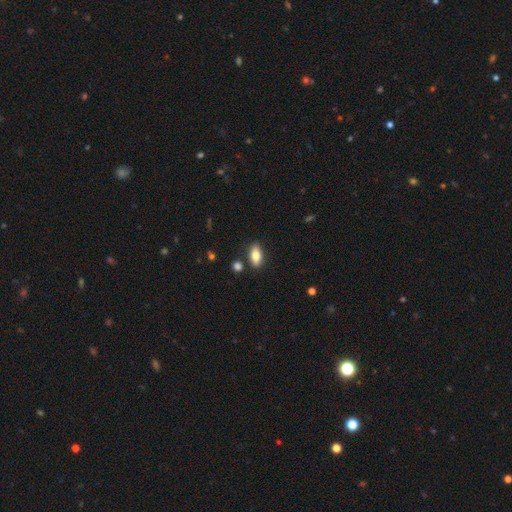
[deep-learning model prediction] smooth_or_featured: smooth (p=0.80) [alt: featured or disk p=0.13]
how_rounded: in between (p=0.85) [alt: cigar-shaped p=0.11]
merging: none (p=0.84) [alt: minor disturbance p=0.10]